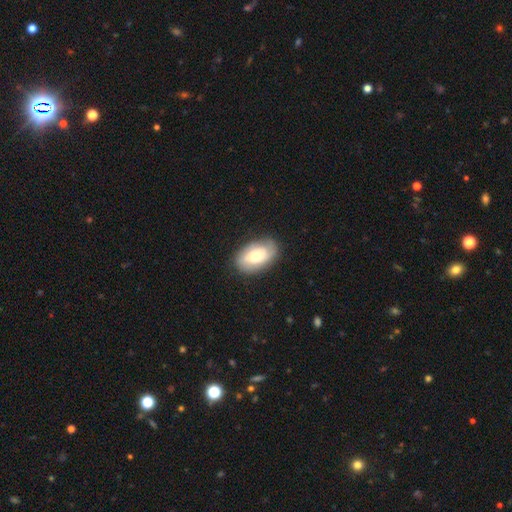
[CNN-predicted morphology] Smooth or featured?
  - smooth: 49% *
  - featured or disk: 44%
  - star or artifact: 7%
Merging?
  - none: 80% *
  - minor disturbance: 15%
  - major disturbance: 4%
  - merger: 1%